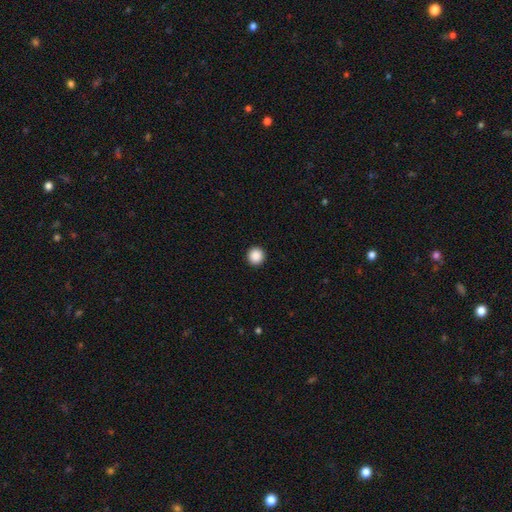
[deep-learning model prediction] Q: Smooth or featured?
A: smooth (89%); runner-up: star or artifact (9%)
Q: How rounded?
A: round (95%); runner-up: in between (4%)
Q: Merging?
A: none (94%); runner-up: minor disturbance (4%)